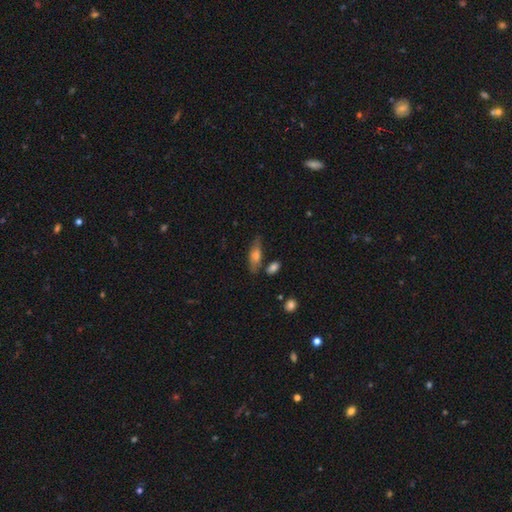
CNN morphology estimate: smooth 60%, featured or disk 33%, star or artifact 8%. Down the decision tree: how rounded — in between (58%); merging — none (71%).